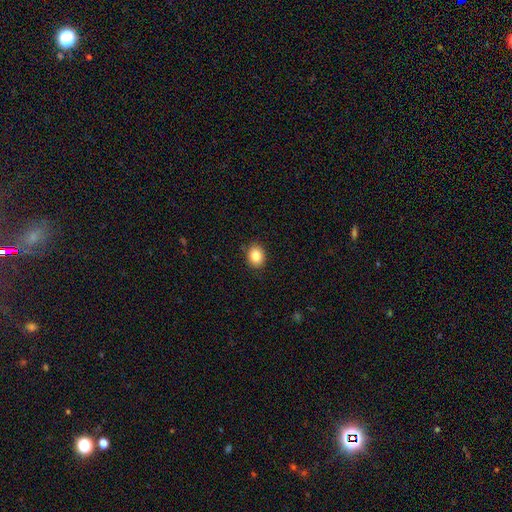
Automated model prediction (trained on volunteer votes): A smooth galaxy with no disk features (84%) that is round (53%). Merging: none (88%).